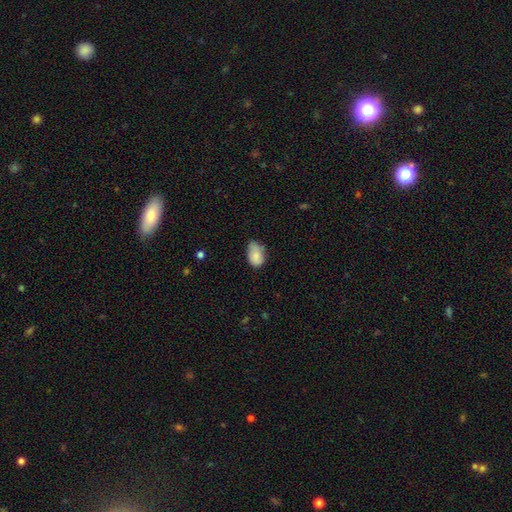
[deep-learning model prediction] Smooth or featured? Predicted: smooth (p=0.82). How rounded? Predicted: in between (p=0.89). Merging? Predicted: none (p=0.46).